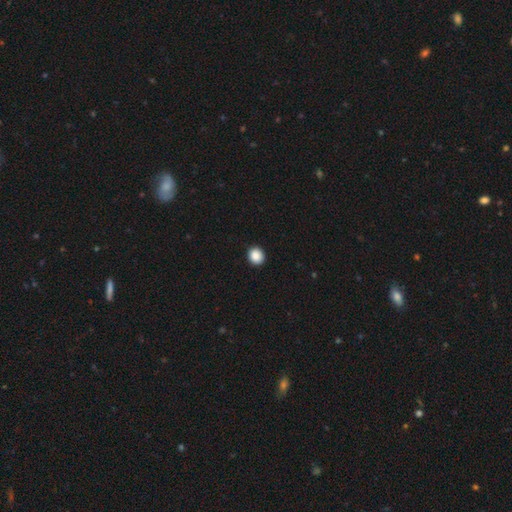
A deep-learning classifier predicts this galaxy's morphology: A smooth galaxy with no disk features (89%) that is round (82%).

Vote fractions:
- Smooth or featured? smooth: 89% / star or artifact: 9% / featured or disk: 3%
- How rounded? round: 82% / in between: 17% / cigar-shaped: 1%
- Merging? none: 92% / minor disturbance: 5% / major disturbance: 2% / merger: 1%